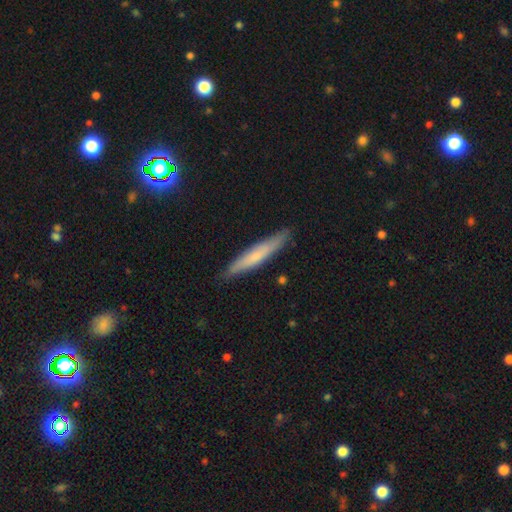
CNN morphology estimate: smooth_or_featured: smooth (p=0.59) [alt: featured or disk p=0.35]
how_rounded: cigar-shaped (p=0.93) [alt: in between p=0.05]
merging: none (p=0.87) [alt: minor disturbance p=0.10]